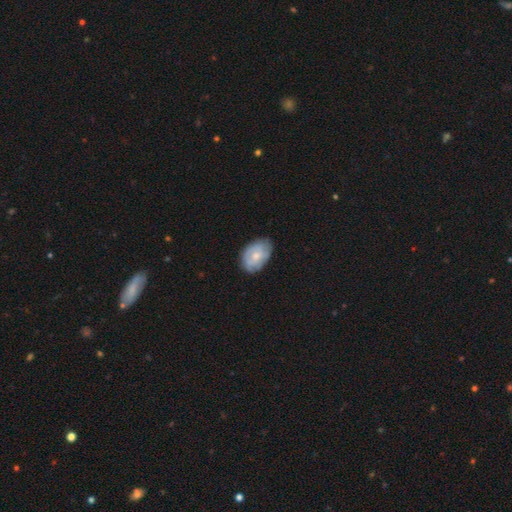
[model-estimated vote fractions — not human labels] Q: Smooth or featured?
A: smooth (51%); runner-up: featured or disk (43%)
Q: How rounded?
A: in between (86%); runner-up: round (13%)
Q: Merging?
A: none (71%); runner-up: minor disturbance (23%)